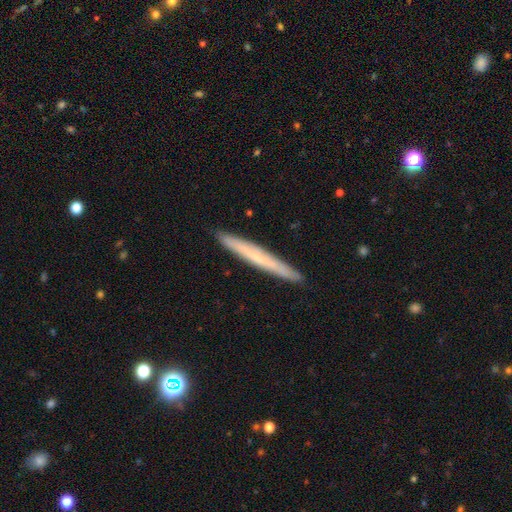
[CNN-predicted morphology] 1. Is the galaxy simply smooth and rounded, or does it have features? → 52% smooth, 42% featured or disk, 6% star or artifact.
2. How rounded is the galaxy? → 97% cigar-shaped, 2% in between, 1% round.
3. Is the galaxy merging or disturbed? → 91% none, 6% minor disturbance, 1% major disturbance, 1% merger.